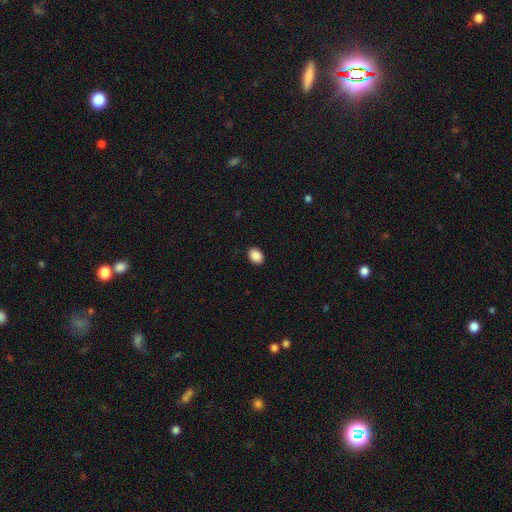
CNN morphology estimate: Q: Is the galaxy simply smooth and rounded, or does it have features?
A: smooth — 89%.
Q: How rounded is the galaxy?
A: in between — 76%.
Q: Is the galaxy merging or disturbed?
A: none — 90%.